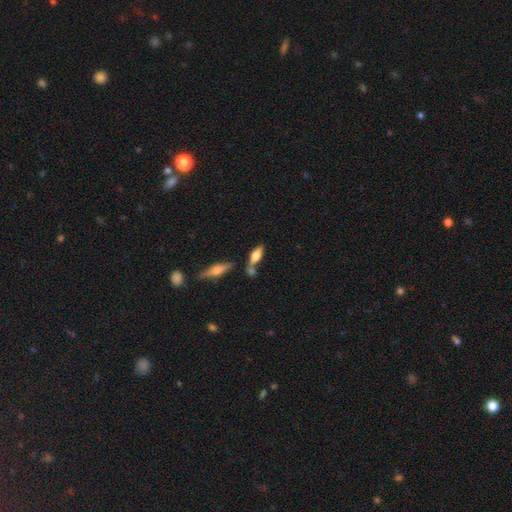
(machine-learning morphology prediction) Smooth or featured?
  - smooth: 58% *
  - featured or disk: 34%
  - star or artifact: 8%
How rounded?
  - in between: 66% *
  - cigar-shaped: 30%
  - round: 3%
Merging?
  - none: 55% *
  - merger: 25%
  - minor disturbance: 15%
  - major disturbance: 5%